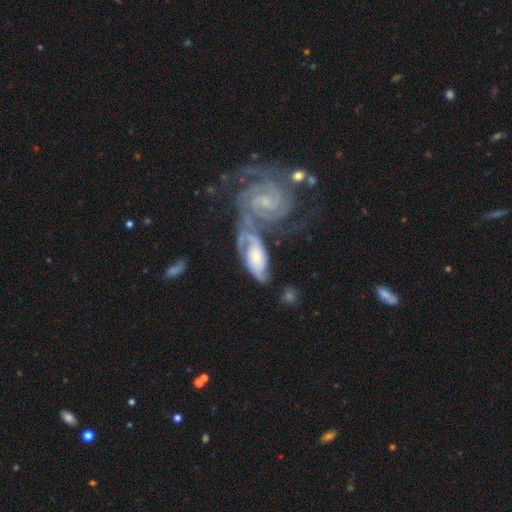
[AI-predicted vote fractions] smooth_or_featured: featured or disk (p=0.80) [alt: smooth p=0.14]
disk_edge_on: no (p=0.94) [alt: yes p=0.06]
bar: no (p=0.60) [alt: weak p=0.28]
has_spiral_arms: yes (p=0.96) [alt: no p=0.04]
spiral_winding: tight (p=0.63) [alt: medium p=0.30]
spiral_arm_count: 2 (p=0.60) [alt: can't tell p=0.18]
bulge_size: small (p=0.58) [alt: moderate p=0.32]
merging: merger (p=0.52) [alt: none p=0.26]